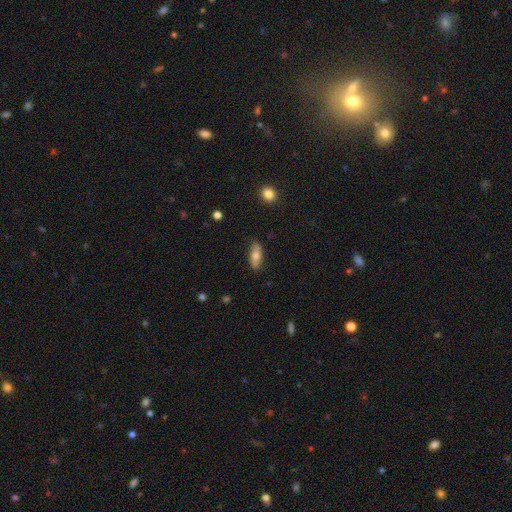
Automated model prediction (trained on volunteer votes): This is likely a smooth galaxy (67%). How rounded: likely in between (71%). Merging: clearly none (81%).